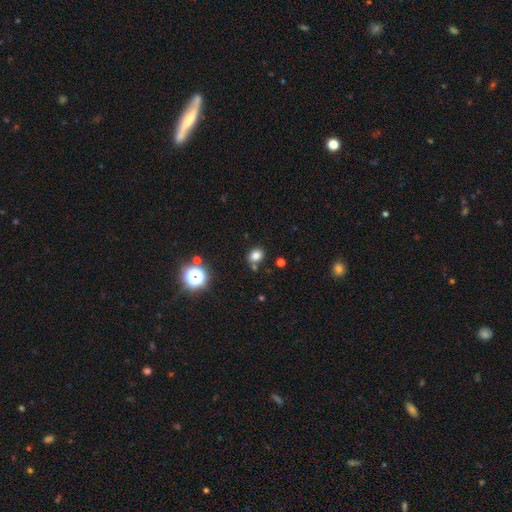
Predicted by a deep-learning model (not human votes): A smooth galaxy with no disk features (79%) that is round (52%). Merging: none (76%).